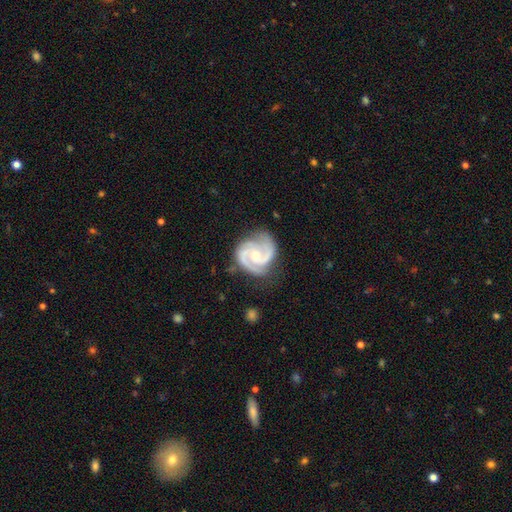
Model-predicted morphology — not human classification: Smooth or featured? featured or disk (92%)
Edge-on disk? no (98%)
Bar? no (58%)
Spiral arms? yes (98%)
Spiral winding? medium (49%)
Spiral arm count? 2 (79%)
Bulge size? moderate (53%)
Merging? none (73%)